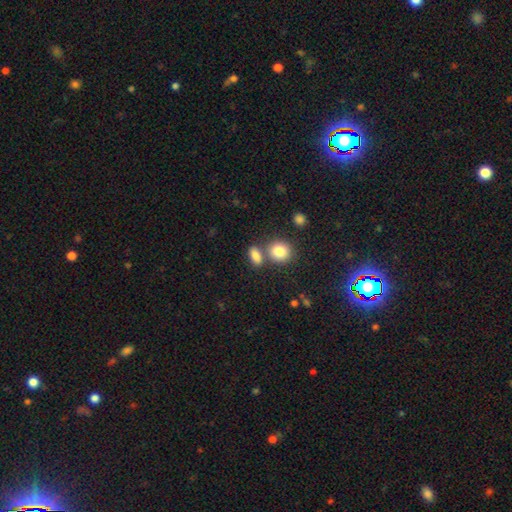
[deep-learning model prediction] The model was most divided on "merging": none: 59%, merger: 26%, minor disturbance: 11%, major disturbance: 4%. More confident: smooth or featured — smooth (84%); how rounded — in between (73%).